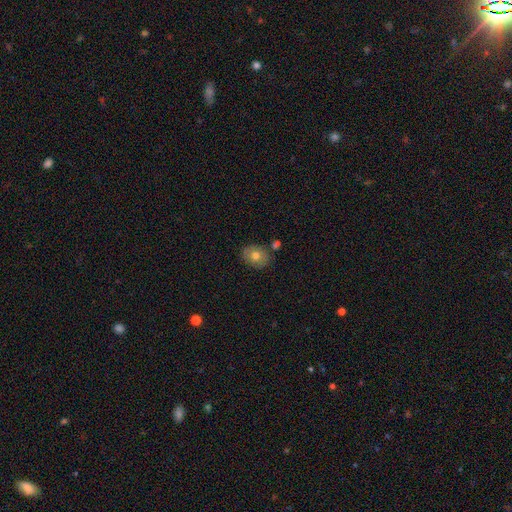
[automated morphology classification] smooth 73%, featured or disk 18%, star or artifact 9%. Down the decision tree: how rounded — in between (53%); merging — none (77%).